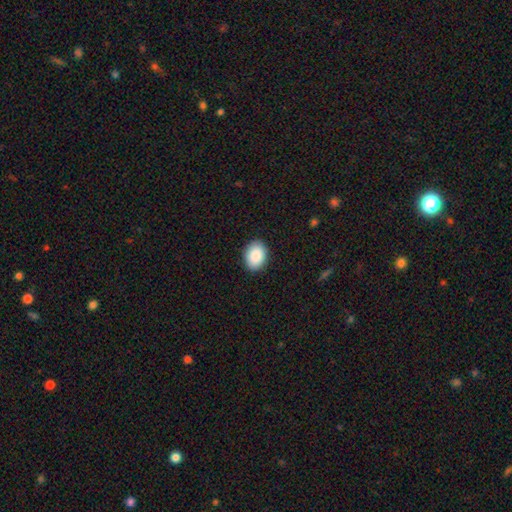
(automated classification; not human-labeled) This is clearly a smooth galaxy (89%). How rounded: likely in between (75%). Merging: clearly none (90%).